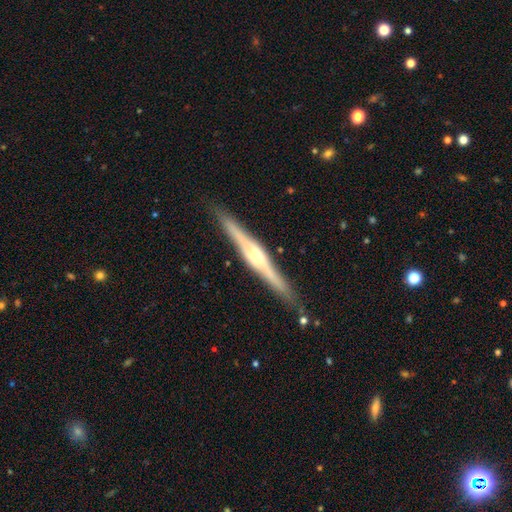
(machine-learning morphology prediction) The model was most divided on "edge-on bulge": rounded: 74%, boxy: 18%, none: 9%. More confident: edge-on disk — yes (97%); merging — none (88%); smooth or featured — featured or disk (75%).